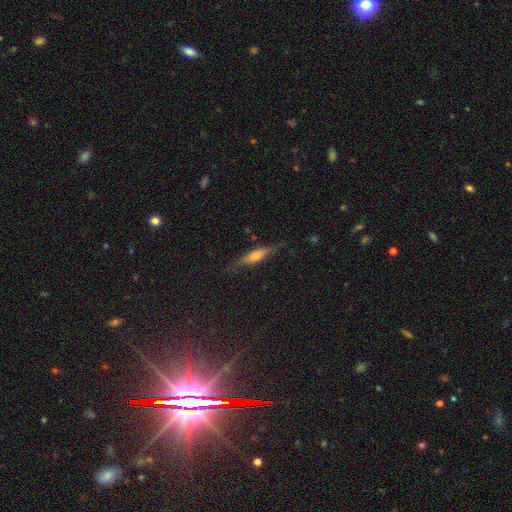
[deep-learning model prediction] This is possibly a featured or disk galaxy (47%). Merging: likely none (77%).